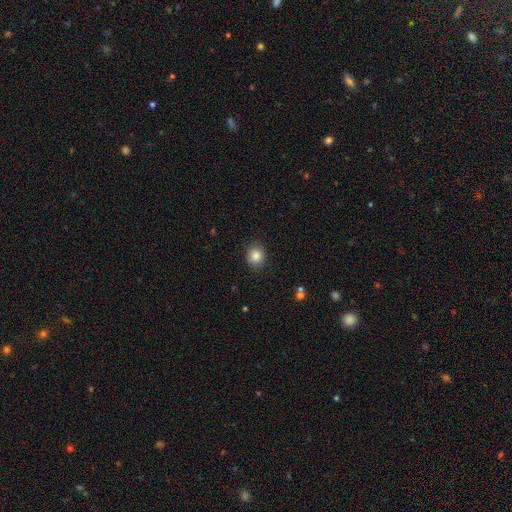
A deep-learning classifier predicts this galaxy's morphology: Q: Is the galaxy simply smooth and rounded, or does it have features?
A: smooth — 85%.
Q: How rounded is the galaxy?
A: round — 74%.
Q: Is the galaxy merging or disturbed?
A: none — 87%.